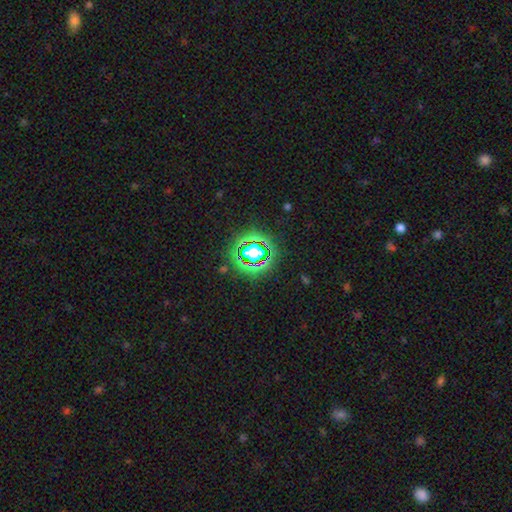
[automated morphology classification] smooth_or_featured: star or artifact (p=0.67) [alt: smooth p=0.21]